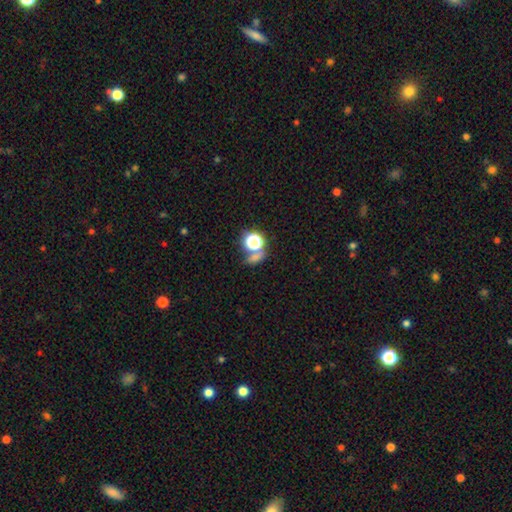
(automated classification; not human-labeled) Q: Smooth or featured?
A: smooth (57%); runner-up: star or artifact (33%)
Q: How rounded?
A: round (65%); runner-up: in between (30%)
Q: Merging?
A: none (57%); runner-up: merger (24%)